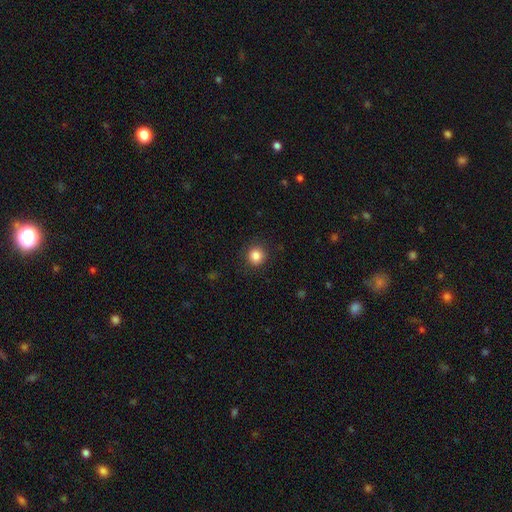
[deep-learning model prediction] smooth_or_featured: smooth (p=0.85) [alt: star or artifact p=0.10]
how_rounded: round (p=0.92) [alt: in between p=0.07]
merging: none (p=0.90) [alt: minor disturbance p=0.06]